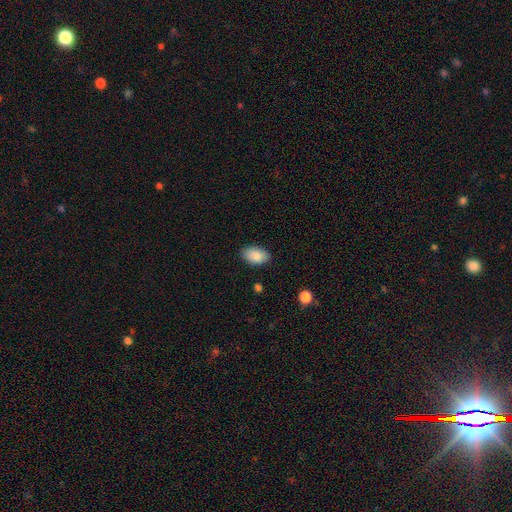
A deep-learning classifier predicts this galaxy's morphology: A smooth galaxy with no disk features (89%) that is in between round and cigar-shaped (92%).

Vote fractions:
- Smooth or featured? smooth: 89% / star or artifact: 7% / featured or disk: 4%
- How rounded? in between: 92% / round: 6% / cigar-shaped: 1%
- Merging? none: 85% / minor disturbance: 11% / major disturbance: 3% / merger: 1%